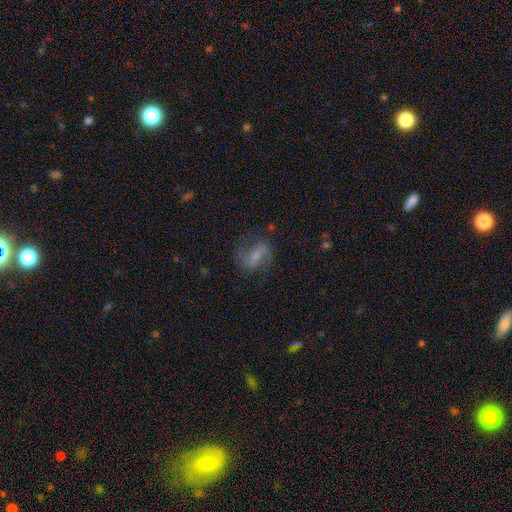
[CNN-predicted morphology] type=featured or disk (66%); edge-on=no (96%); bar=weak (41%); spiral arms=yes (88%); winding=medium (46%); arm count=2 (87%); bulge=none (35%); merging=none (66%).